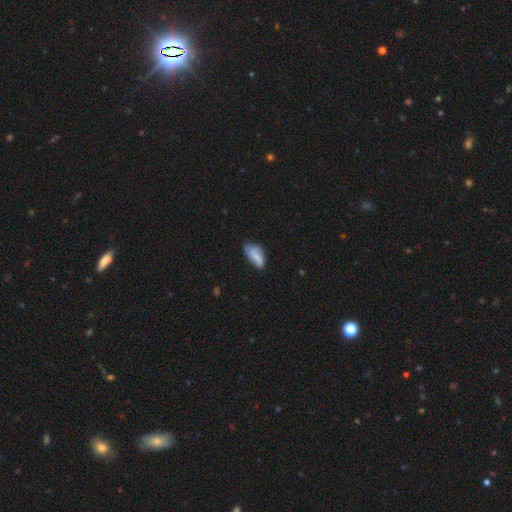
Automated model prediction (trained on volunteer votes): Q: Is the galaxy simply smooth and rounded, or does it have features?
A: smooth — 70%.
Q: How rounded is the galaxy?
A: in between — 85%.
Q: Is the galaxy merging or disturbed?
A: none — 50%.